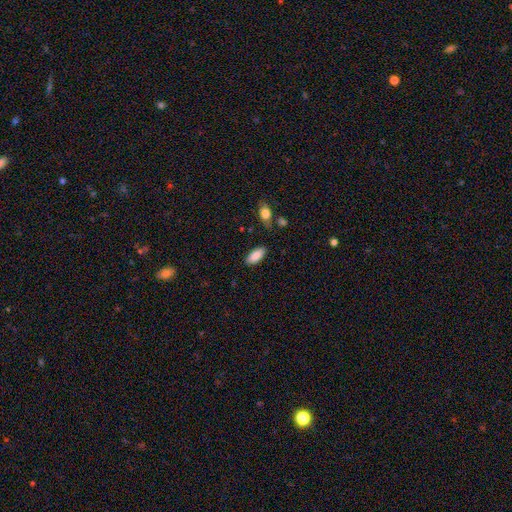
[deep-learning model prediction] Overall: smooth (88%). How rounded: in between (86%). Merging: none (84%).